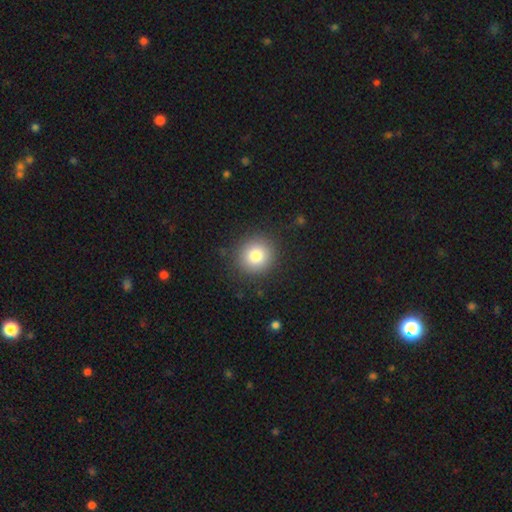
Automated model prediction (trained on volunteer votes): The model was most divided on "smooth or featured": smooth: 82%, star or artifact: 10%, featured or disk: 8%. More confident: how rounded — round (91%); merging — none (88%).